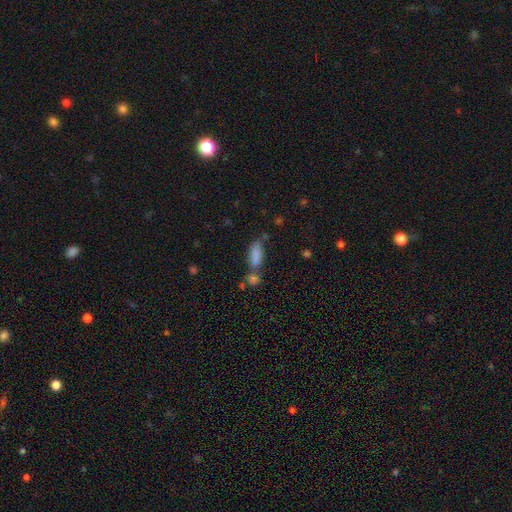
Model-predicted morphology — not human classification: Q: Smooth or featured?
A: smooth (82%); runner-up: star or artifact (10%)
Q: How rounded?
A: in between (71%); runner-up: cigar-shaped (26%)
Q: Merging?
A: none (45%); runner-up: merger (32%)